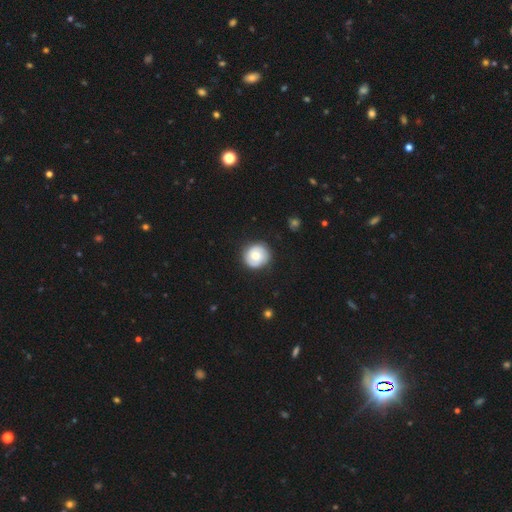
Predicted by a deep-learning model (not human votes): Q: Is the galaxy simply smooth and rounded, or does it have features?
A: featured or disk — 47%.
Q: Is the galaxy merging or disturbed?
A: none — 84%.